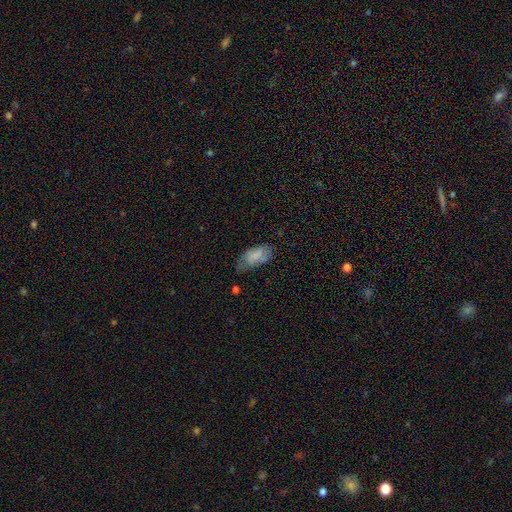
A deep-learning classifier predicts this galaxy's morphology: Smooth or featured? Predicted: smooth (p=0.74). How rounded? Predicted: in between (p=0.92). Merging? Predicted: none (p=0.52).